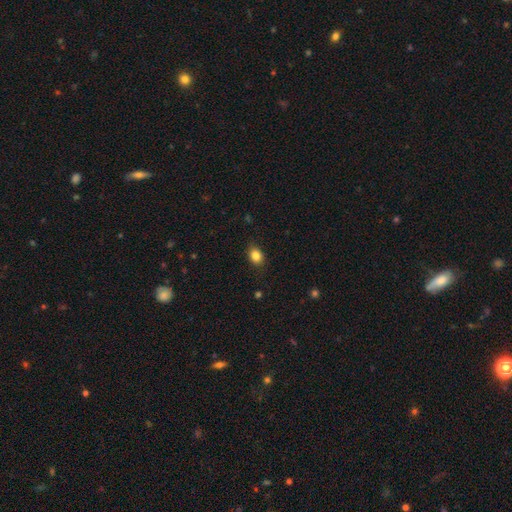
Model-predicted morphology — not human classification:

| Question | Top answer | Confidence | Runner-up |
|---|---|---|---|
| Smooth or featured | smooth | 85% | star or artifact (10%) |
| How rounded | in between | 63% | round (36%) |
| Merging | none | 85% | minor disturbance (12%) |